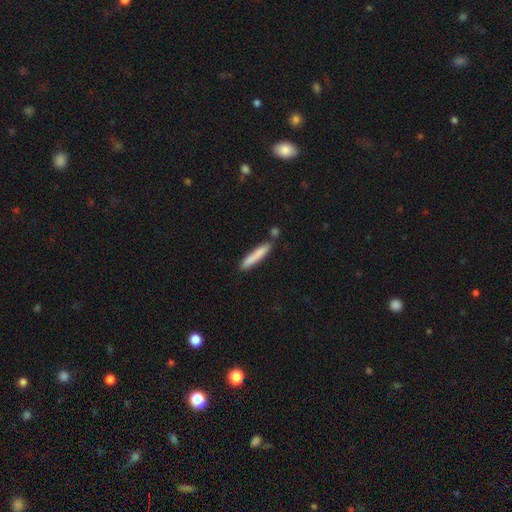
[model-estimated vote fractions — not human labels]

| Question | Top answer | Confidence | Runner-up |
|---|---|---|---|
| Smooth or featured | smooth | 81% | featured or disk (13%) |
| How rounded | cigar-shaped | 91% | in between (7%) |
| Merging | none | 76% | minor disturbance (13%) |